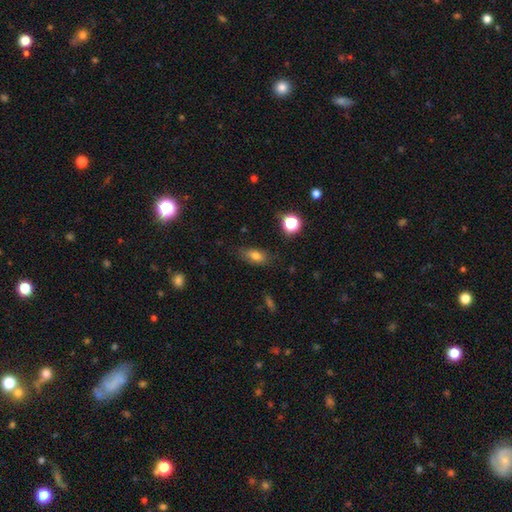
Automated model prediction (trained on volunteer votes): Smooth or featured: smooth — 74% (featured or disk — 14%)
How rounded: in between — 81% (cigar-shaped — 10%)
Merging: none — 78% (minor disturbance — 16%)